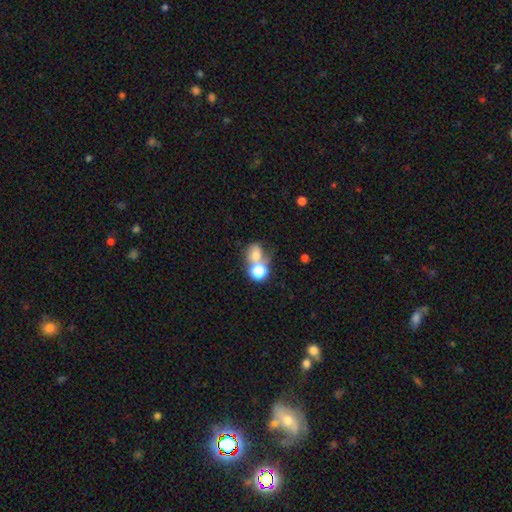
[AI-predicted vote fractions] smooth 65%, star or artifact 18%, featured or disk 17%. Down the decision tree: how rounded — round (60%); merging — merger (47%).